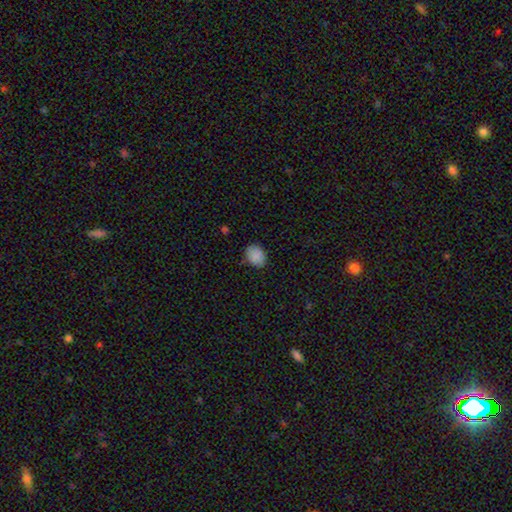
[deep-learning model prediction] This appears to be a smooth galaxy with no disk features (88%) that is in between round and cigar-shaped (60%). Merging: none (82%).